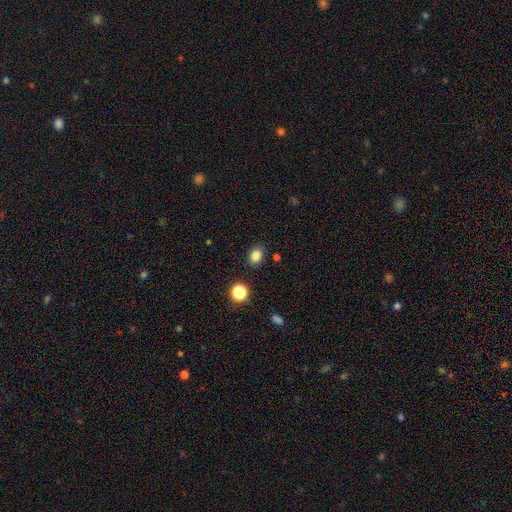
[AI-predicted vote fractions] This is clearly a smooth galaxy (83%). How rounded: possibly in between (57%). Merging: clearly none (85%).